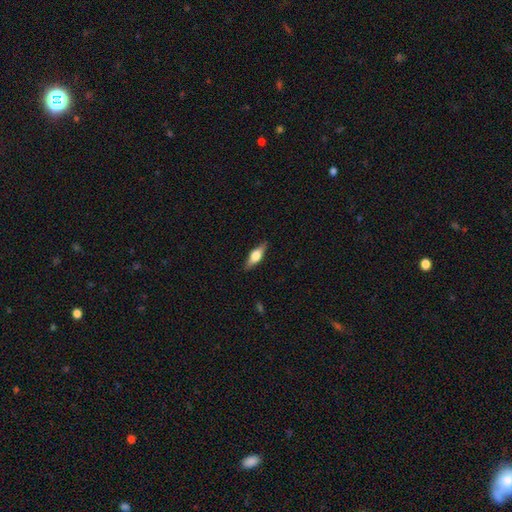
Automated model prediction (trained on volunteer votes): A featured or disk galaxy (51%) viewed edge-on (93%).

Vote fractions:
- Smooth or featured? featured or disk: 51% / smooth: 43% / star or artifact: 7%
- Edge-on disk? yes: 93% / no: 7%
- Merging? none: 87% / minor disturbance: 10% / major disturbance: 2% / merger: 1%